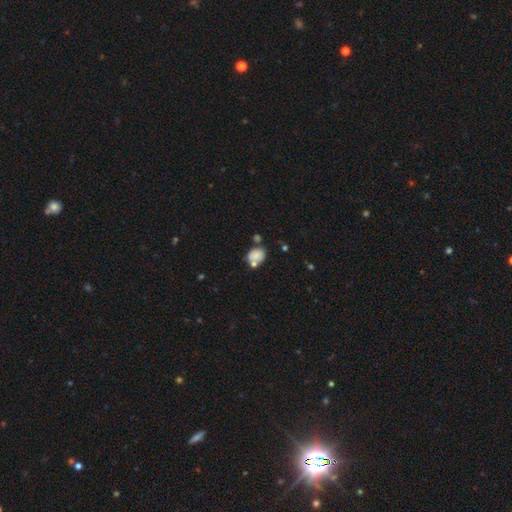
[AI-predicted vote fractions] Smooth or featured? smooth (78%)
How rounded? in between (62%)
Merging? none (49%)